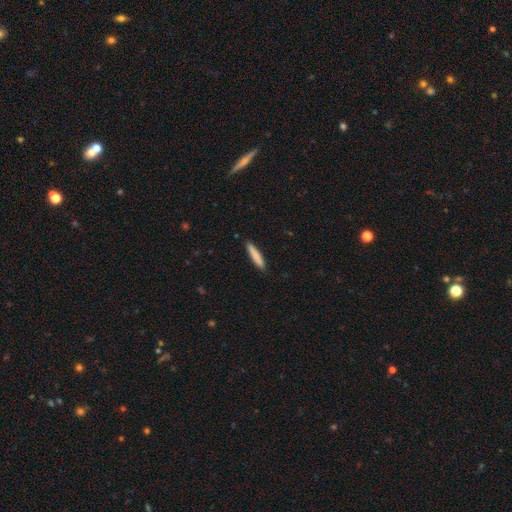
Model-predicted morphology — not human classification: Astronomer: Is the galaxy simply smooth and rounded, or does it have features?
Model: smooth — 83%.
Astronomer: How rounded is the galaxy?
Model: cigar-shaped — 90%.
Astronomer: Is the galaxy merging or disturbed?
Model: none — 90%.